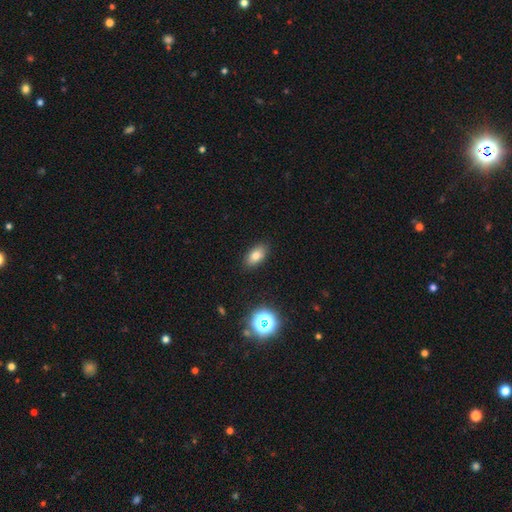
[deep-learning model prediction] Morphology: type=smooth (78%); roundness=in between (89%); merging=none (88%).